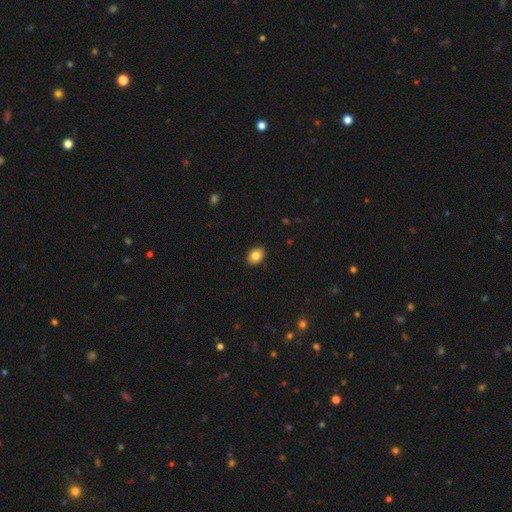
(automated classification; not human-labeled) This appears to be a smooth galaxy with no disk features (83%) that is in between round and cigar-shaped (64%). Merging: none (90%).